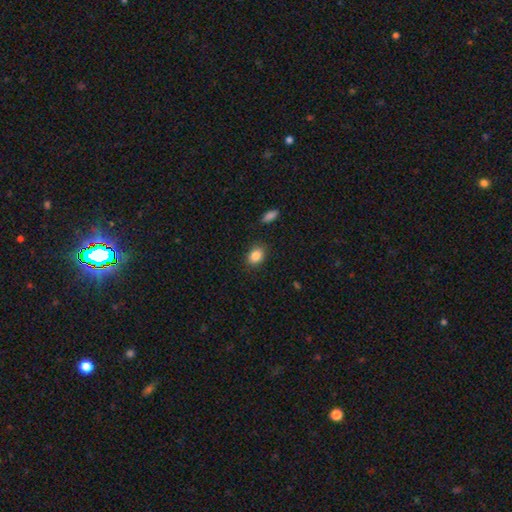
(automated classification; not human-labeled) Smooth or featured? smooth (86%)
How rounded? in between (65%)
Merging? none (85%)